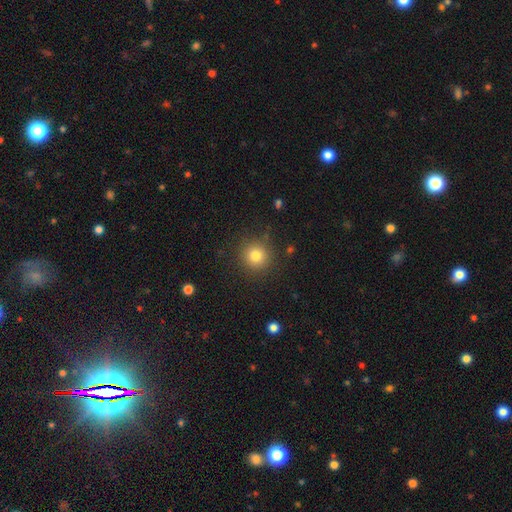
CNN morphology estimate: smooth-or-featured: smooth: 80% | star or artifact: 12% | featured or disk: 7%
  how-rounded: round: 94% | in between: 5% | cigar-shaped: 1%
  merging: none: 88% | minor disturbance: 8% | major disturbance: 3% | merger: 2%